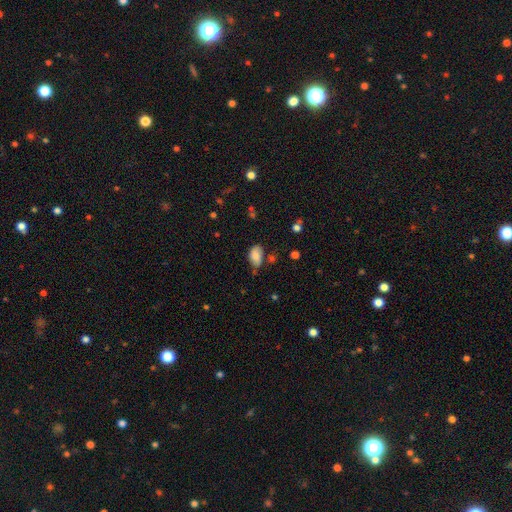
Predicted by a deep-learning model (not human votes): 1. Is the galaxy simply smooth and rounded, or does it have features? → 81% smooth, 10% featured or disk, 9% star or artifact.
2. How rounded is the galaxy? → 91% in between, 7% round, 2% cigar-shaped.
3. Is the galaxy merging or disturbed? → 56% none, 31% minor disturbance, 8% major disturbance, 5% merger.